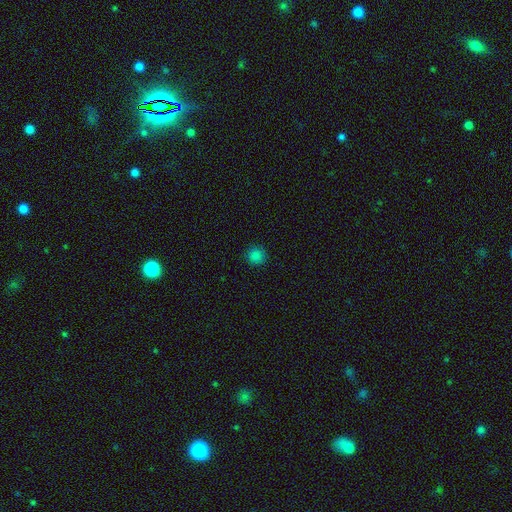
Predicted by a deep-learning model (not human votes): Smooth or featured?
  - smooth: 84% *
  - star or artifact: 14%
  - featured or disk: 3%
How rounded?
  - round: 94% *
  - in between: 5%
  - cigar-shaped: 1%
Merging?
  - none: 92% *
  - minor disturbance: 6%
  - major disturbance: 2%
  - merger: 1%